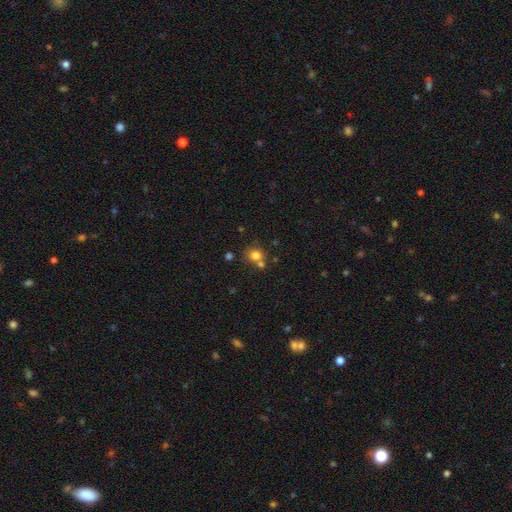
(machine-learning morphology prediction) Smooth or featured: smooth — 77% (star or artifact — 14%)
How rounded: round — 81% (in between — 18%)
Merging: none — 55% (merger — 32%)